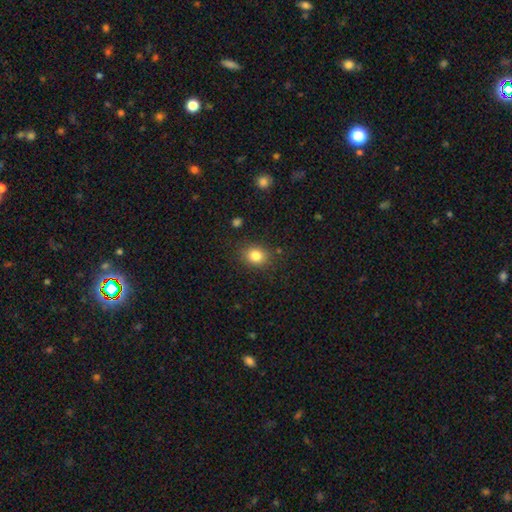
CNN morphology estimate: Q: Smooth or featured?
A: smooth (83%); runner-up: star or artifact (11%)
Q: How rounded?
A: round (57%); runner-up: in between (42%)
Q: Merging?
A: none (84%); runner-up: minor disturbance (11%)